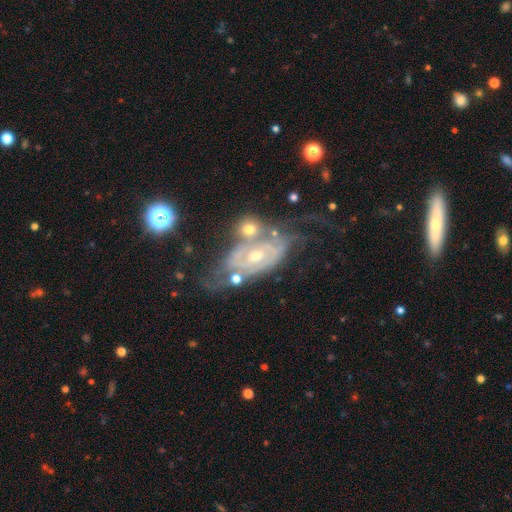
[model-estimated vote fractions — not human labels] featured or disk 85%, smooth 9%, star or artifact 7%. Down the decision tree: edge-on disk — no (94%); bar — no (55%); spiral arms — yes (87%); spiral arm count — 2 (48%); spiral winding — tight (56%); bulge size — moderate (50%); merging — none (42%).